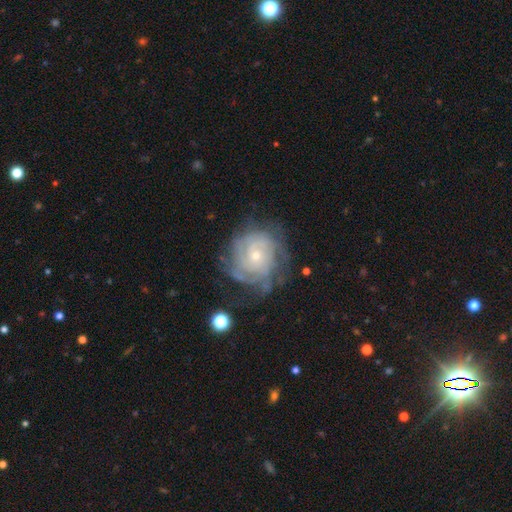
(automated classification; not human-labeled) Smooth or featured?
  - featured or disk: 79% *
  - smooth: 13%
  - star or artifact: 8%
Edge-on disk?
  - no: 97% *
  - yes: 3%
Bar?
  - no: 80% *
  - weak: 16%
  - strong: 3%
Spiral arms?
  - yes: 90% *
  - no: 10%
Spiral winding?
  - tight: 71% *
  - medium: 23%
  - loose: 7%
Spiral arm count?
  - can't tell: 44% *
  - 4: 18%
  - 3: 13%
  - more than 4: 11%
  - 2: 10%
  - 1: 5%
Bulge size?
  - small: 74% *
  - moderate: 22%
  - large: 1%
  - none: 1%
  - dominant: 1%
Merging?
  - none: 66% *
  - minor disturbance: 19%
  - major disturbance: 13%
  - merger: 2%